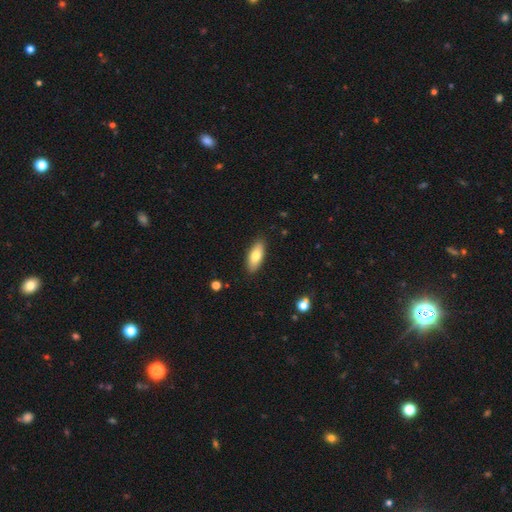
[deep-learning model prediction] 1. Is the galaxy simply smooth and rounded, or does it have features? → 75% smooth, 19% featured or disk, 6% star or artifact.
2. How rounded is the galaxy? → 80% in between, 18% cigar-shaped, 2% round.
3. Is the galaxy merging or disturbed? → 88% none, 9% minor disturbance, 2% major disturbance, 1% merger.